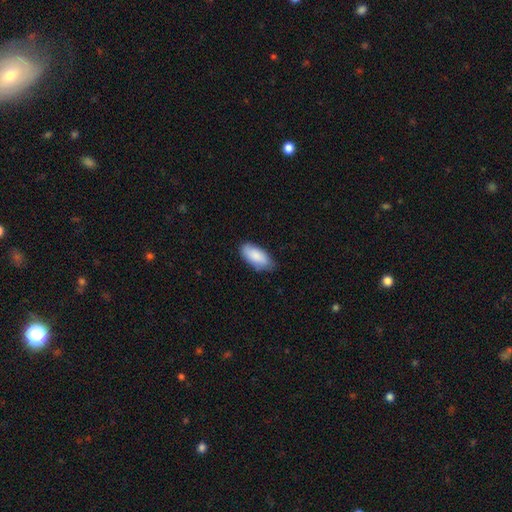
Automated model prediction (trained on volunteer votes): The model was most divided on "merging": none: 77%, minor disturbance: 19%, major disturbance: 3%, merger: 1%. More confident: how rounded — in between (91%); smooth or featured — smooth (85%).